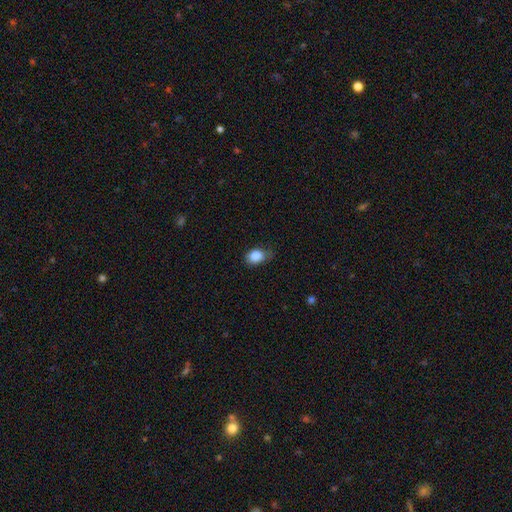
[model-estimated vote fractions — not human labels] A smooth galaxy with no disk features (86%) that is in between round and cigar-shaped (68%).

Vote fractions:
- Smooth or featured? smooth: 86% / star or artifact: 9% / featured or disk: 5%
- How rounded? in between: 68% / round: 31% / cigar-shaped: 1%
- Merging? none: 66% / minor disturbance: 27% / major disturbance: 5% / merger: 1%